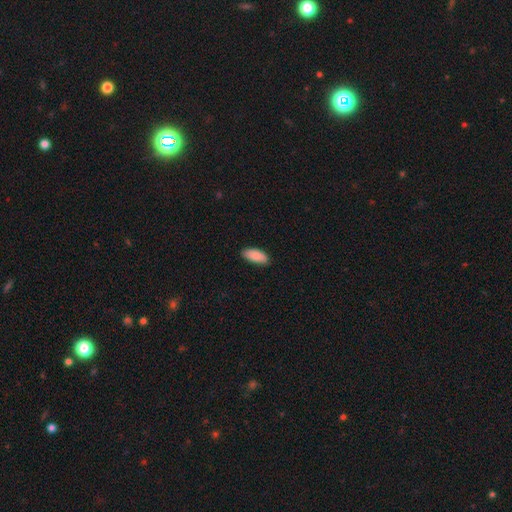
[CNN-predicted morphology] This is clearly a smooth galaxy (89%). How rounded: clearly in between (88%). Merging: clearly none (83%).